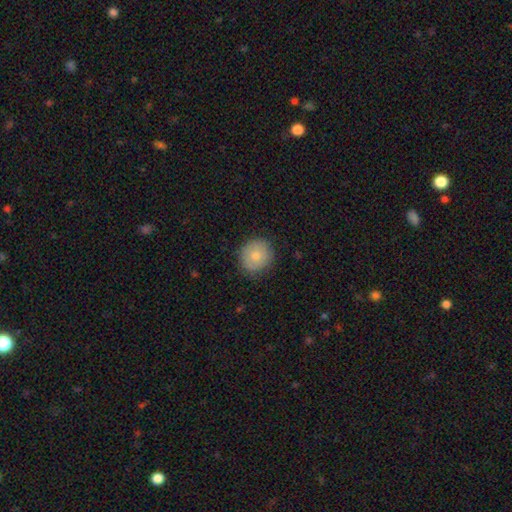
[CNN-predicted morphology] Smooth or featured: smooth — 76% (featured or disk — 16%)
How rounded: round — 87% (in between — 12%)
Merging: none — 84% (minor disturbance — 12%)